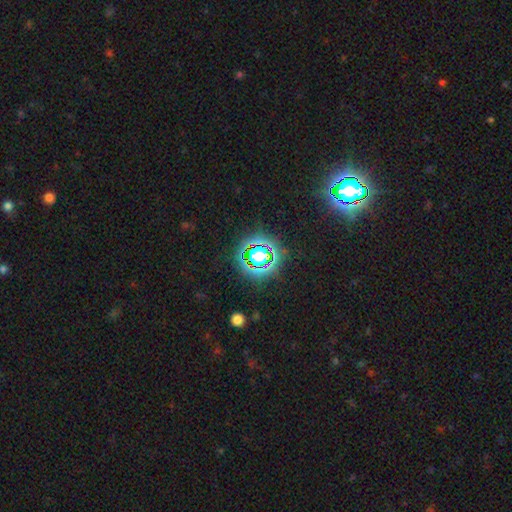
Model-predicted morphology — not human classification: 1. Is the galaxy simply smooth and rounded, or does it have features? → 79% star or artifact, 14% smooth, 7% featured or disk.